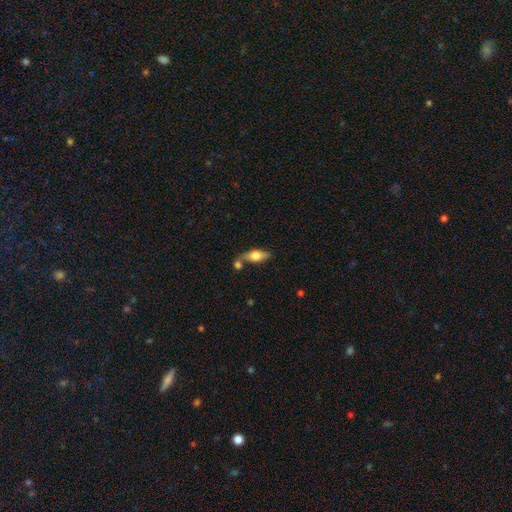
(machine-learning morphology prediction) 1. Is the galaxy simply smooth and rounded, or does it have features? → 68% smooth, 25% featured or disk, 6% star or artifact.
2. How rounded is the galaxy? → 80% in between, 15% cigar-shaped, 4% round.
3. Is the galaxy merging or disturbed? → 47% none, 31% merger, 16% minor disturbance, 7% major disturbance.